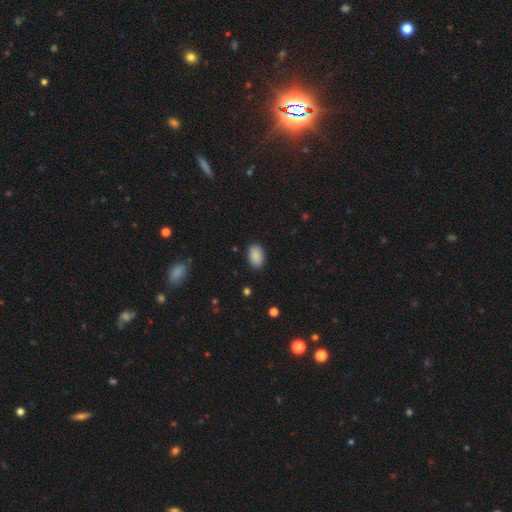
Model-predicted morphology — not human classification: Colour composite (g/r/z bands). It shows a smooth galaxy with no disk features (89%) that is in between round and cigar-shaped (92%). Merging: none (88%).